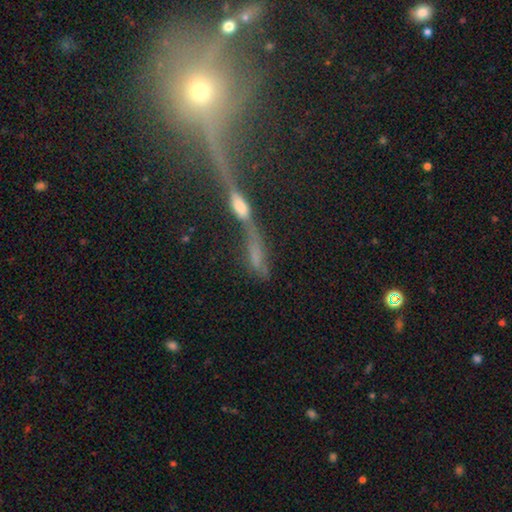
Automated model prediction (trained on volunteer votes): Smooth or featured: featured or disk — 40% (smooth — 39%)
Merging: none — 31% (merger — 30%)